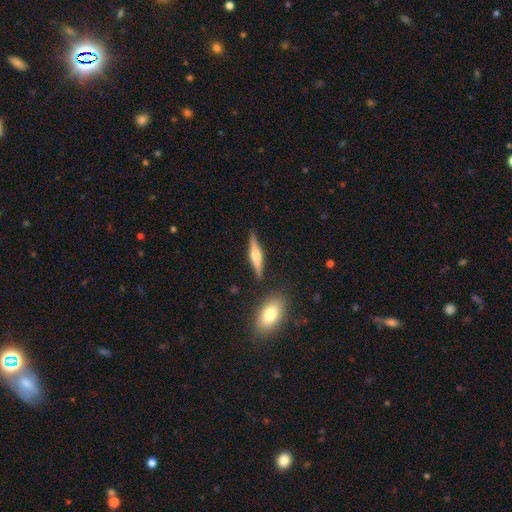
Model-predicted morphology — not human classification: Smooth or featured: featured or disk — 67% (smooth — 27%)
Edge-on disk: yes — 97% (no — 3%)
Edge-on bulge: rounded — 89% (boxy — 8%)
Merging: none — 85% (minor disturbance — 9%)